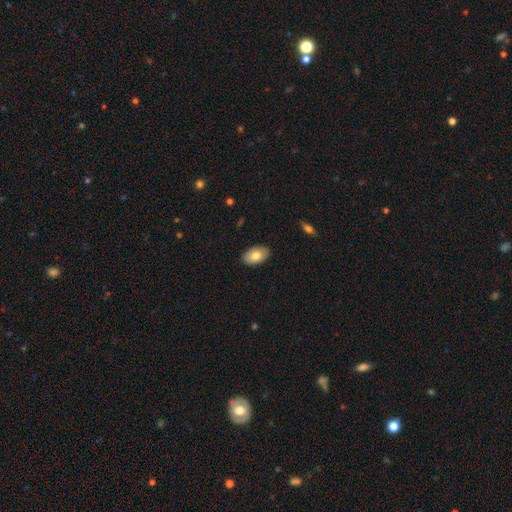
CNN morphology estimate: Smooth or featured: smooth — 76% (featured or disk — 18%)
How rounded: in between — 93% (round — 5%)
Merging: none — 88% (minor disturbance — 9%)